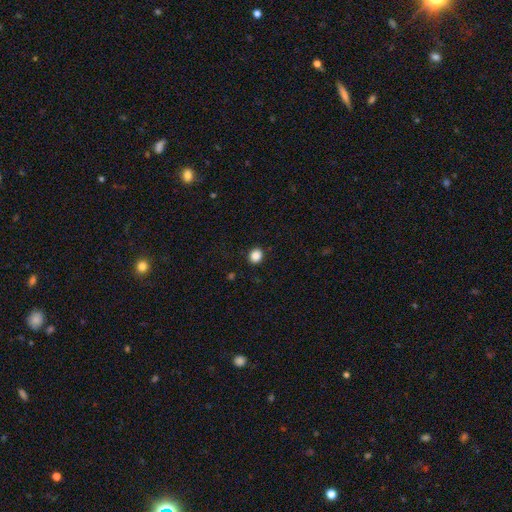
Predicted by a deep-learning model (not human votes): smooth_or_featured: smooth (p=0.87) [alt: star or artifact p=0.10]
how_rounded: round (p=0.78) [alt: in between p=0.21]
merging: none (p=0.91) [alt: minor disturbance p=0.06]